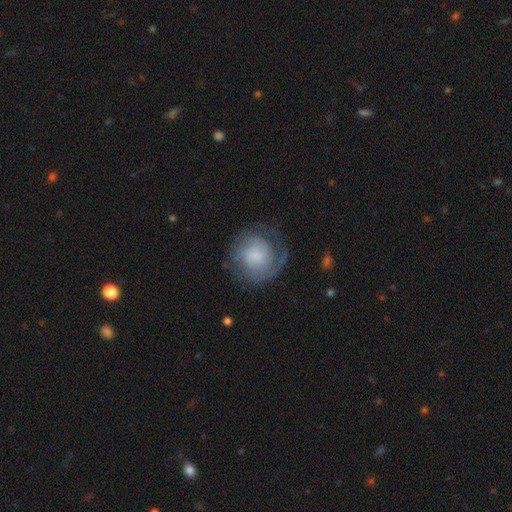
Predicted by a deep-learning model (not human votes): Smooth or featured? featured or disk (64%)
Edge-on disk? no (98%)
Bar? no (64%)
Spiral arms? yes (90%)
Spiral winding? tight (48%)
Spiral arm count? 2 (44%)
Bulge size? small (30%)
Merging? none (65%)